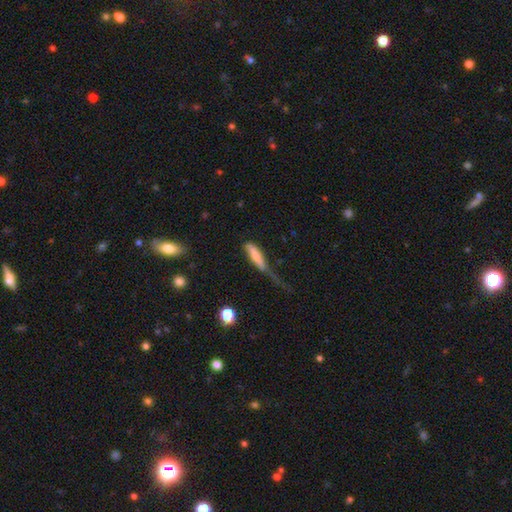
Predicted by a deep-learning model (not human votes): Q: Smooth or featured?
A: smooth (72%); runner-up: featured or disk (20%)
Q: How rounded?
A: cigar-shaped (68%); runner-up: in between (29%)
Q: Merging?
A: major disturbance (48%); runner-up: minor disturbance (26%)